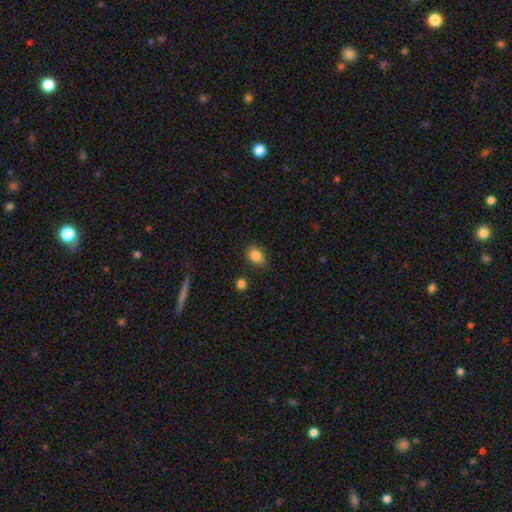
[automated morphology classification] Smooth or featured? smooth (85%)
How rounded? in between (68%)
Merging? none (82%)